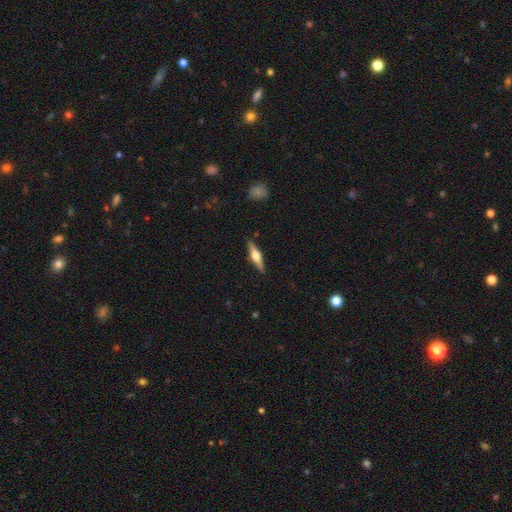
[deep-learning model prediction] Morphology: type=featured or disk (68%); edge-on=yes (97%); edge-on bulge=rounded (93%); merging=none (90%).